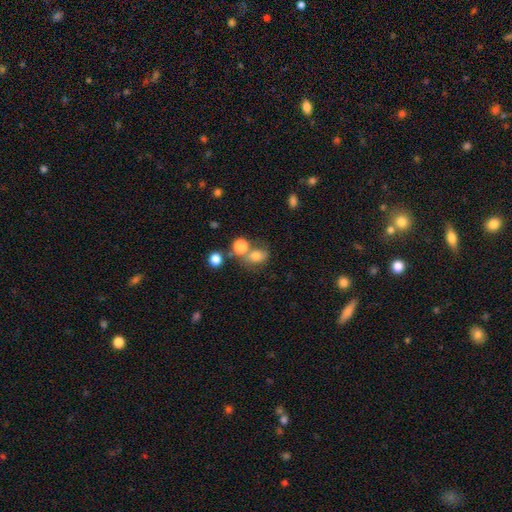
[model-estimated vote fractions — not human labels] Q: Smooth or featured?
A: smooth (70%); runner-up: star or artifact (16%)
Q: How rounded?
A: round (51%); runner-up: in between (48%)
Q: Merging?
A: none (48%); runner-up: merger (26%)